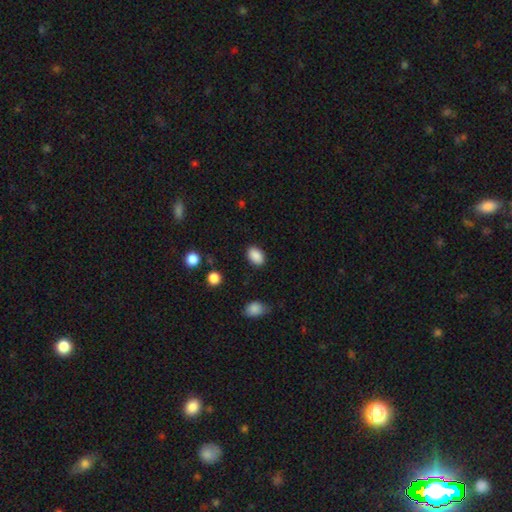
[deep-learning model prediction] Smooth or featured? Predicted: smooth (p=0.89). How rounded? Predicted: in between (p=0.85). Merging? Predicted: none (p=0.87).